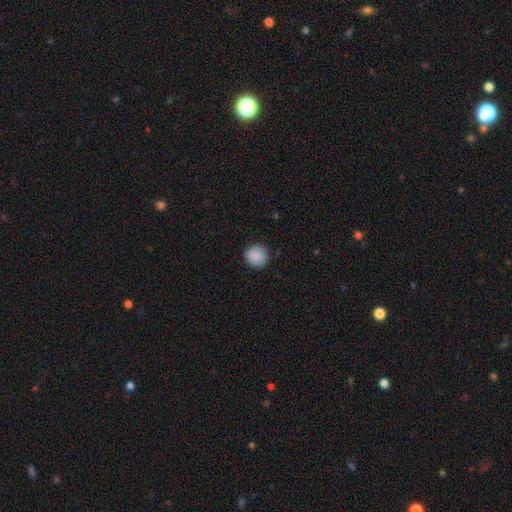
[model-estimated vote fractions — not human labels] smooth_or_featured: smooth (p=0.90) [alt: star or artifact p=0.08]
how_rounded: round (p=0.95) [alt: in between p=0.04]
merging: none (p=0.91) [alt: minor disturbance p=0.06]